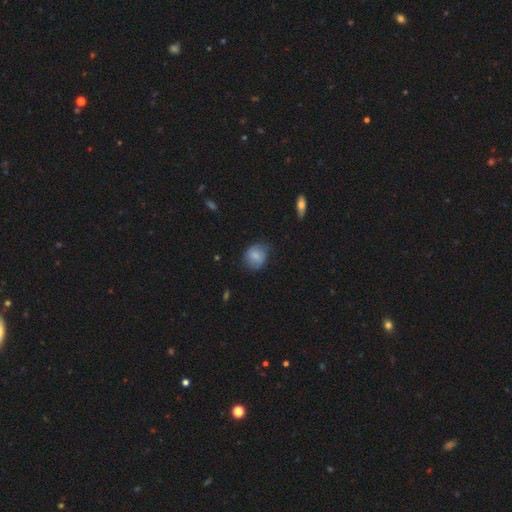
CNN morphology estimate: The model was most divided on "how rounded": round: 64%, in between: 35%, cigar-shaped: 1%. More confident: smooth or featured — smooth (77%); merging — none (63%).